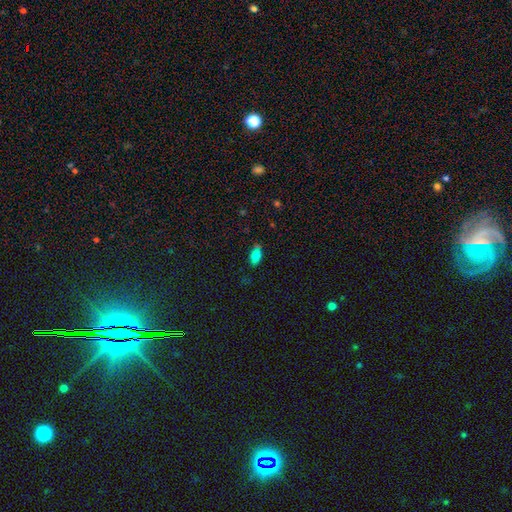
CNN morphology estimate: type=smooth (82%); roundness=in between (89%); merging=none (69%).